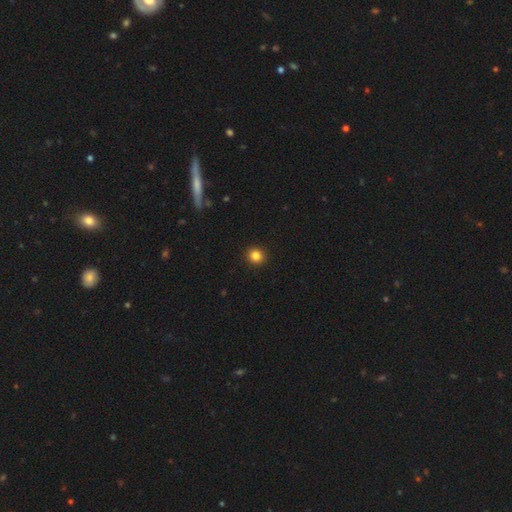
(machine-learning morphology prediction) smooth 84%, star or artifact 12%, featured or disk 4%. Down the decision tree: how rounded — round (92%); merging — none (93%).